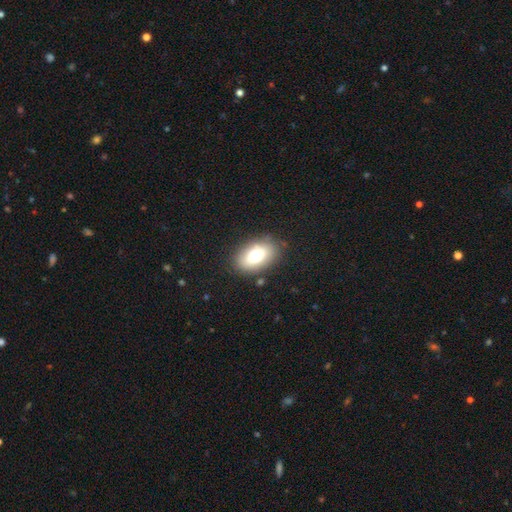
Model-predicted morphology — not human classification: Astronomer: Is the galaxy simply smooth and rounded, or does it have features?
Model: smooth — 71%.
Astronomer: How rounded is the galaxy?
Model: in between — 86%.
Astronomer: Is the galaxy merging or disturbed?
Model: none — 82%.